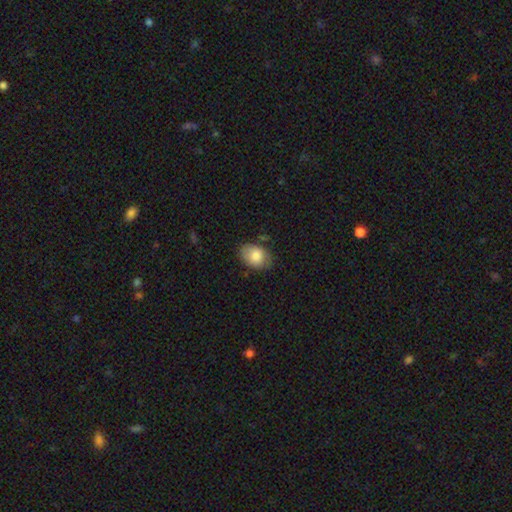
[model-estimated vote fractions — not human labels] Morphology: type=smooth (82%); roundness=in between (77%); merging=none (72%).